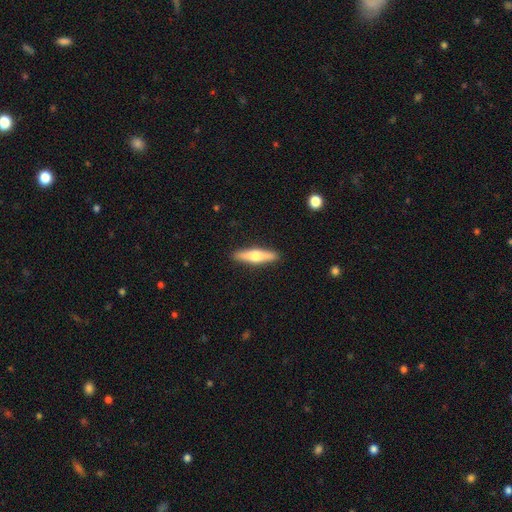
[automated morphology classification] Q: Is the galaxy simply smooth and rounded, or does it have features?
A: featured or disk — 49%.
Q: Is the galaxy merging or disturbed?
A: none — 91%.